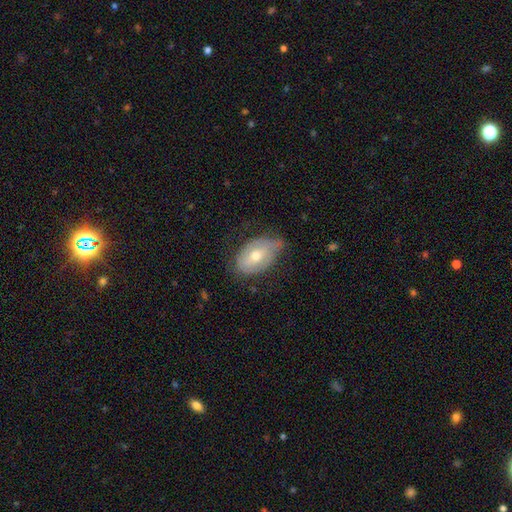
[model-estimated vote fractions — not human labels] Smooth or featured? smooth (51%)
How rounded? in between (89%)
Merging? none (48%)